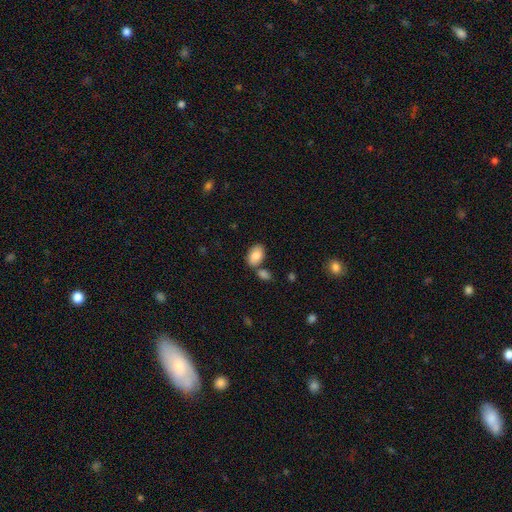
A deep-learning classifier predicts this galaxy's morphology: type=smooth (85%); roundness=in between (91%); merging=none (63%).